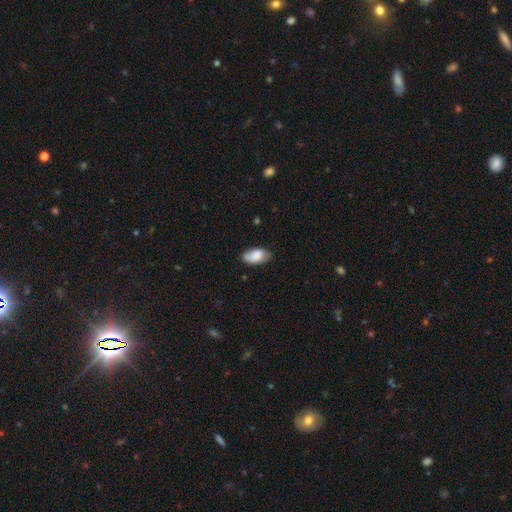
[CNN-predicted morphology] Smooth or featured? smooth (82%)
How rounded? in between (94%)
Merging? none (69%)